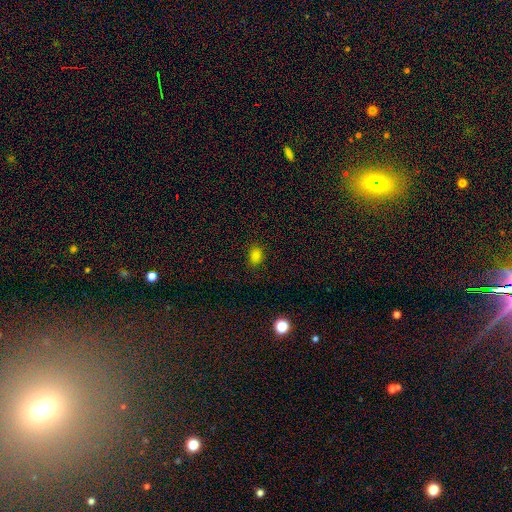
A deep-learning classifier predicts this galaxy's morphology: Smooth or featured: smooth — 81% (star or artifact — 15%)
How rounded: in between — 61% (round — 38%)
Merging: none — 84% (minor disturbance — 12%)